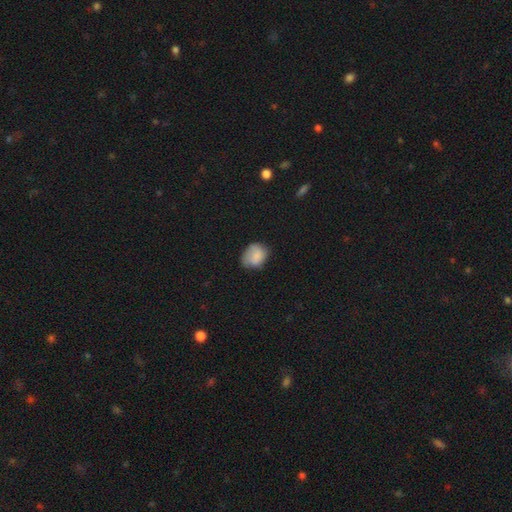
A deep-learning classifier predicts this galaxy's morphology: Smooth or featured? Predicted: smooth (p=0.80). How rounded? Predicted: in between (p=0.54). Merging? Predicted: none (p=0.56).